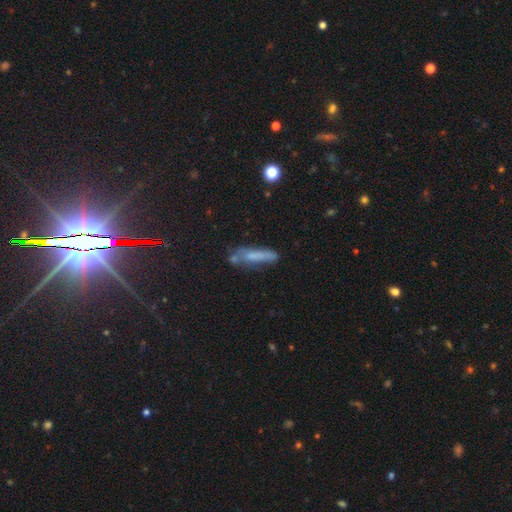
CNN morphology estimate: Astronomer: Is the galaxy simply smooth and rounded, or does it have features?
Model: smooth — 63%.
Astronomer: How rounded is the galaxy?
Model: cigar-shaped — 79%.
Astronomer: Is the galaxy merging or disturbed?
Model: none — 55%.